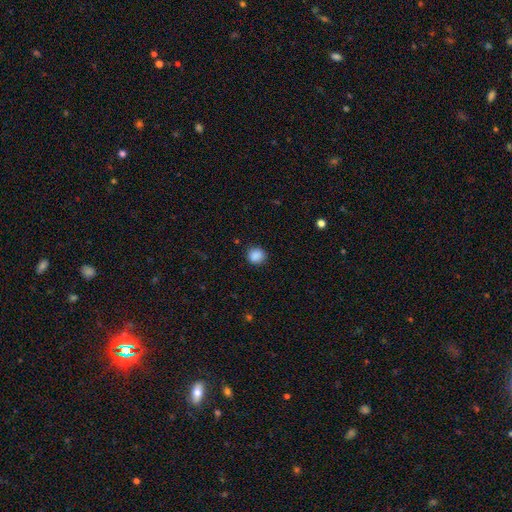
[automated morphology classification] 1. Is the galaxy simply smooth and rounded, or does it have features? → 88% smooth, 10% star or artifact, 3% featured or disk.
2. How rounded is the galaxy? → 85% round, 14% in between, 1% cigar-shaped.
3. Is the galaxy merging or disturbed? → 87% none, 9% minor disturbance, 2% major disturbance, 1% merger.